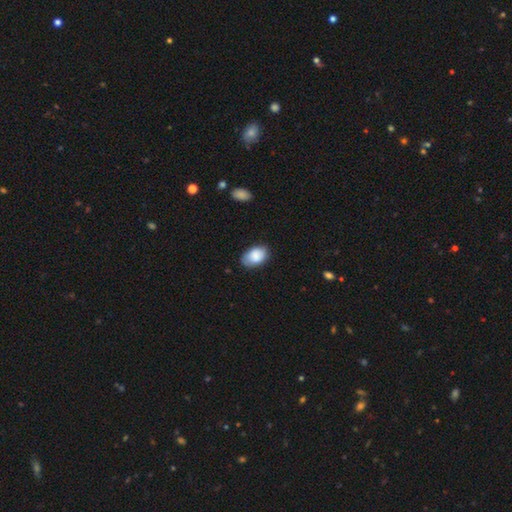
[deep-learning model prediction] smooth_or_featured: smooth (p=0.86) [alt: featured or disk p=0.08]
how_rounded: in between (p=0.90) [alt: round p=0.09]
merging: none (p=0.77) [alt: minor disturbance p=0.19]